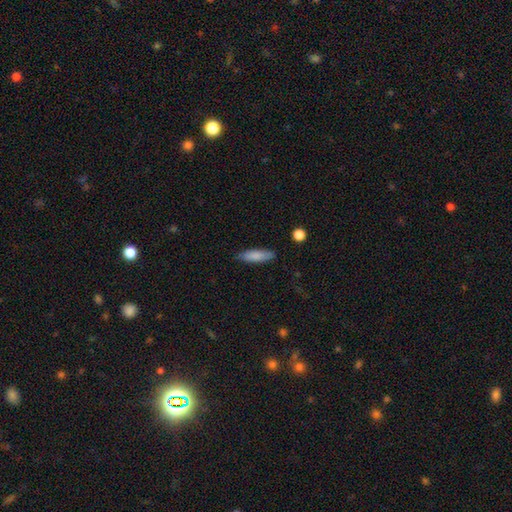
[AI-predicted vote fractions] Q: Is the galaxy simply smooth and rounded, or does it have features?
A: smooth — 83%.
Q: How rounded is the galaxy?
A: cigar-shaped — 60%.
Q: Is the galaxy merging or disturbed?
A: none — 82%.